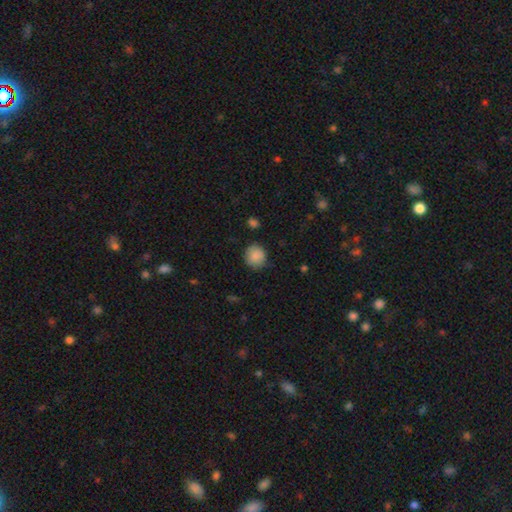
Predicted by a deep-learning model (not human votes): The model was most divided on "how rounded": round: 85%, in between: 14%, cigar-shaped: 1%. More confident: smooth or featured — smooth (88%); merging — none (84%).